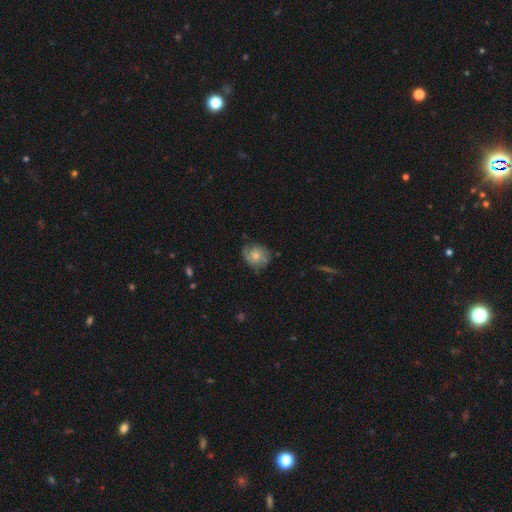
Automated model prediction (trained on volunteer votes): A smooth galaxy with no disk features (47%). Merging: none (65%).